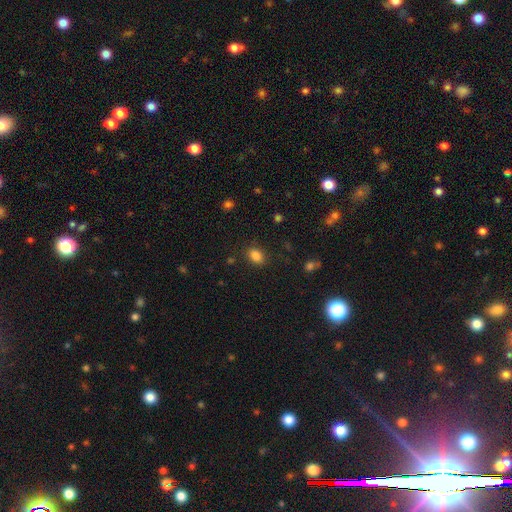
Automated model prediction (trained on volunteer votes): smooth 84%, star or artifact 11%, featured or disk 5%. Down the decision tree: how rounded — in between (77%); merging — none (84%).